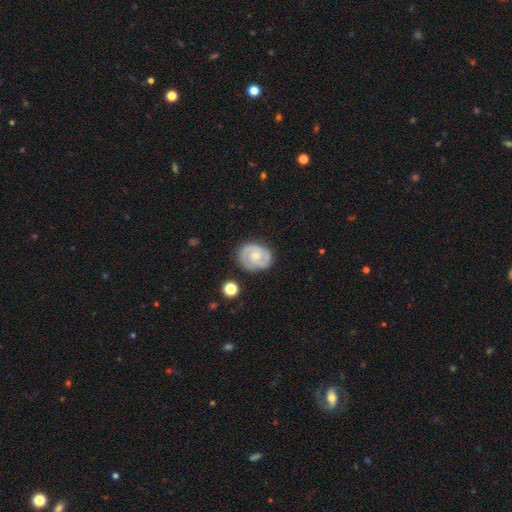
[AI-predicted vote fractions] This is likely a featured or disk galaxy (74%). It is clearly not viewed edge-on (98%). Bar: likely no (69%). Spiral arm pattern: clearly yes (92%). Spiral arm count: likely 2 (65%). Spiral winding: possibly tight (55%). Central bulge: possibly small (50%). Merging: likely none (76%).